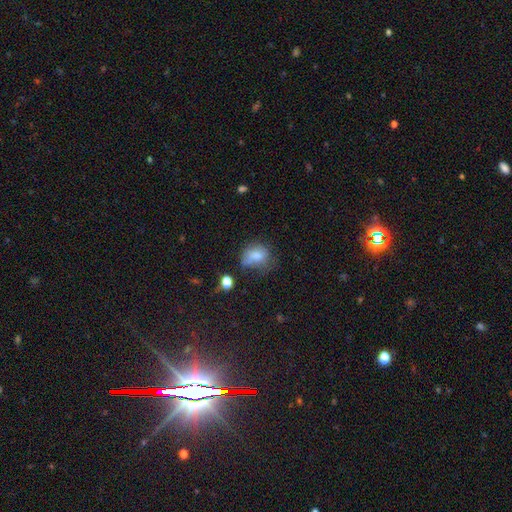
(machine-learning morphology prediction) type=smooth (73%); roundness=in between (55%); merging=none (35%).